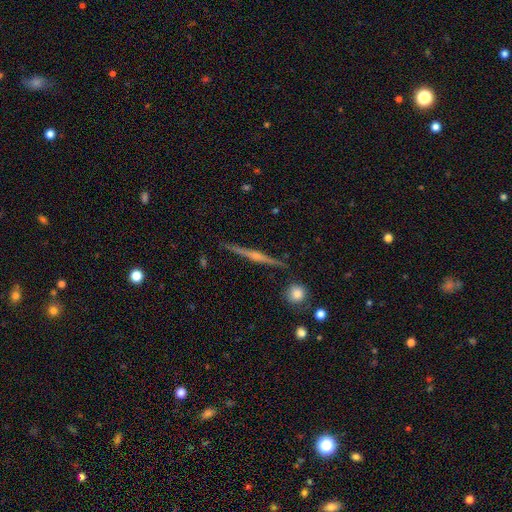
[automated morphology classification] featured or disk 80%, smooth 14%, star or artifact 7%. Down the decision tree: edge-on disk — yes (98%); edge-on bulge — rounded (77%); merging — none (90%).